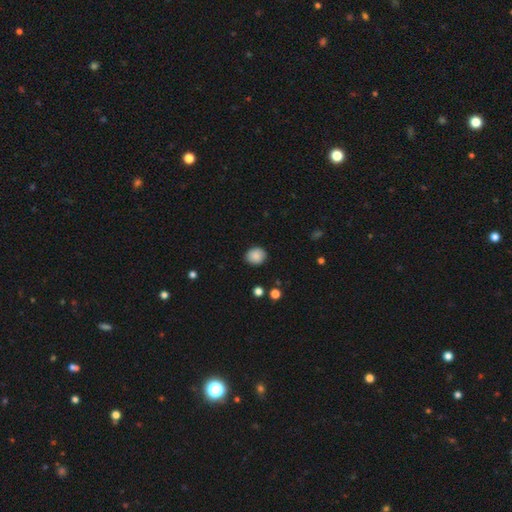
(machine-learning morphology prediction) smooth-or-featured: smooth: 88% | star or artifact: 8% | featured or disk: 4%
  how-rounded: round: 71% | in between: 28% | cigar-shaped: 1%
  merging: none: 88% | minor disturbance: 9% | major disturbance: 2% | merger: 1%